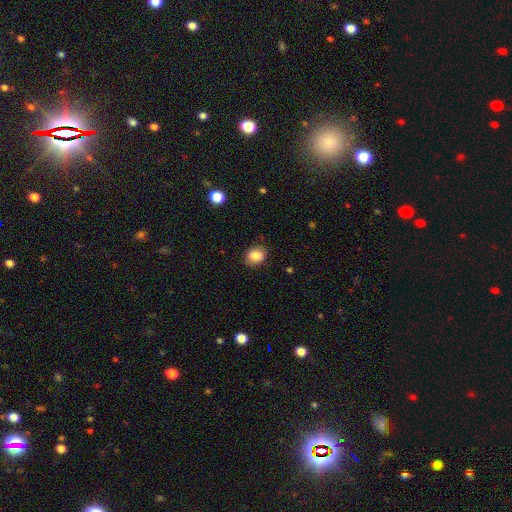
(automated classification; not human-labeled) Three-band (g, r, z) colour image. It shows a smooth galaxy with no disk features (83%) that is in between round and cigar-shaped (58%). Merging: none (82%).